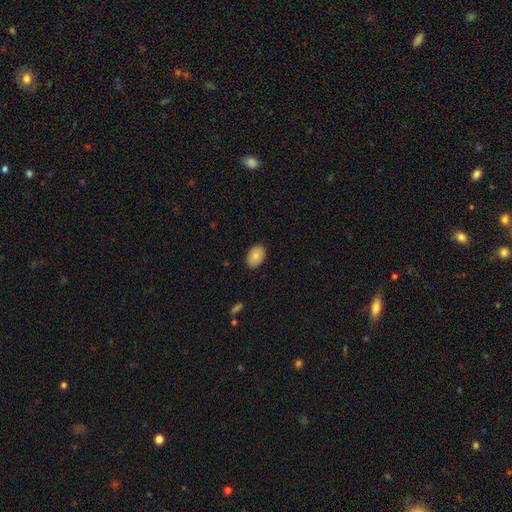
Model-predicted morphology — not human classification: smooth-or-featured: smooth: 84% | featured or disk: 10% | star or artifact: 7%
  how-rounded: in between: 87% | round: 12% | cigar-shaped: 1%
  merging: none: 88% | minor disturbance: 9% | major disturbance: 2% | merger: 1%